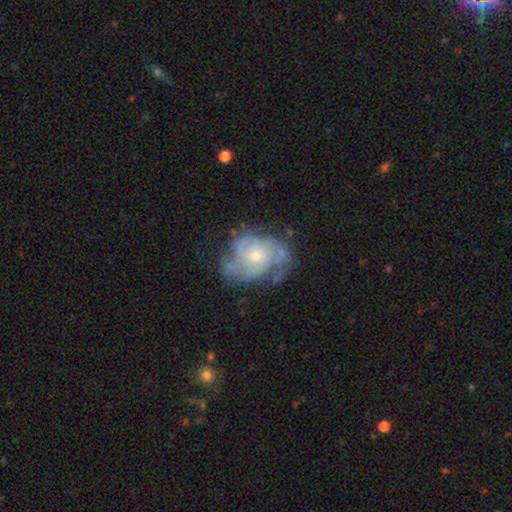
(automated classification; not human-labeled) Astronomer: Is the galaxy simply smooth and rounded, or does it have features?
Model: featured or disk — 77%.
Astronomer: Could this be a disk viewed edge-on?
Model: no — 97%.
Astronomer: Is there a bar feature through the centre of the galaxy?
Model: no — 77%.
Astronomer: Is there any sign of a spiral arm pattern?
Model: yes — 81%.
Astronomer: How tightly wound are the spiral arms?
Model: tight — 43% (runner-up: medium, 41%).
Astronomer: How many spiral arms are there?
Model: can't tell — 37% (runner-up: 3, 22%).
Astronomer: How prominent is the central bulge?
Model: small — 51% (runner-up: moderate, 44%).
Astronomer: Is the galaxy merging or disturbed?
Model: none — 52%.